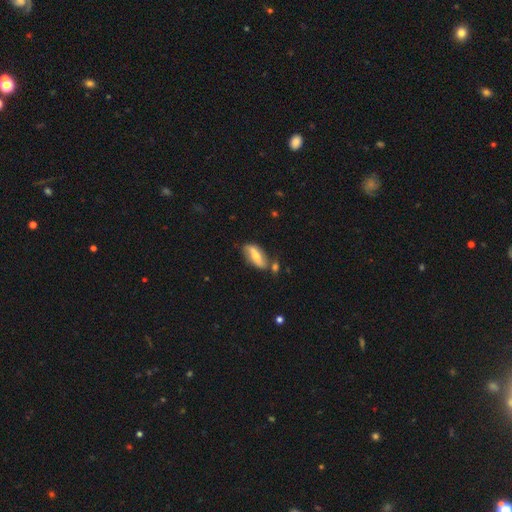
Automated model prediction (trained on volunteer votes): featured or disk 55%, smooth 38%, star or artifact 7%. Down the decision tree: edge-on disk — no (79%); merging — none (66%).